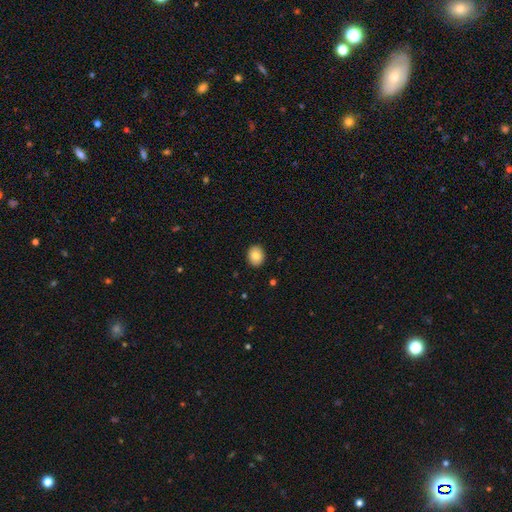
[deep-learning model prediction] This appears to be a smooth galaxy with no disk features (82%) that is round (55%). Merging: none (91%).